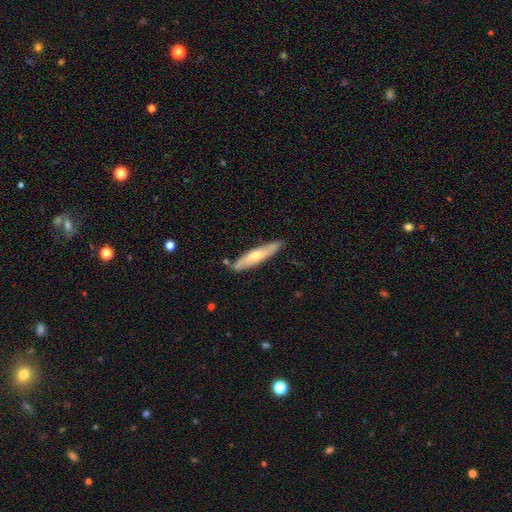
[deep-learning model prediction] Morphology: type=smooth (50%); merging=none (82%).